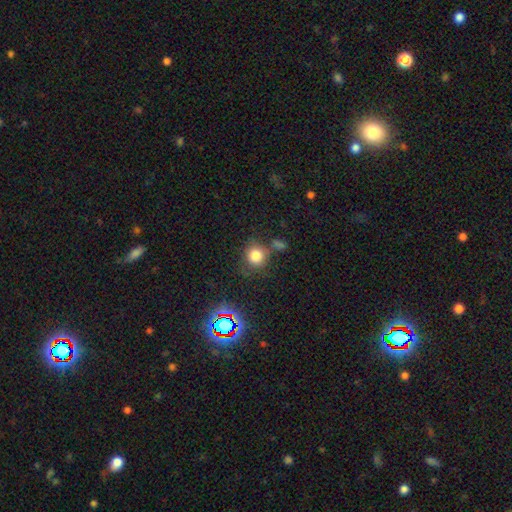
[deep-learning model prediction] Smooth or featured? smooth (77%)
How rounded? round (85%)
Merging? none (70%)